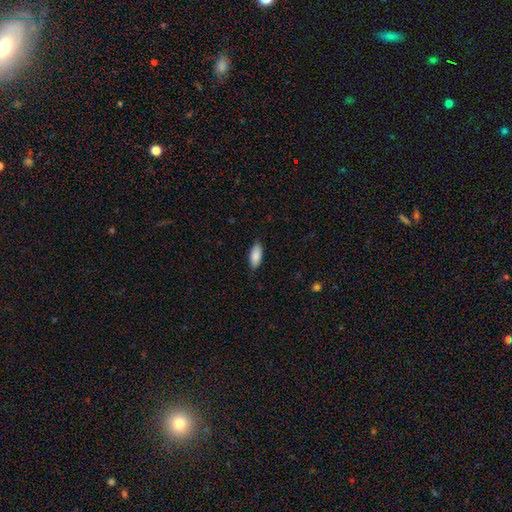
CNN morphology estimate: Smooth or featured? smooth (88%)
How rounded? in between (86%)
Merging? none (84%)